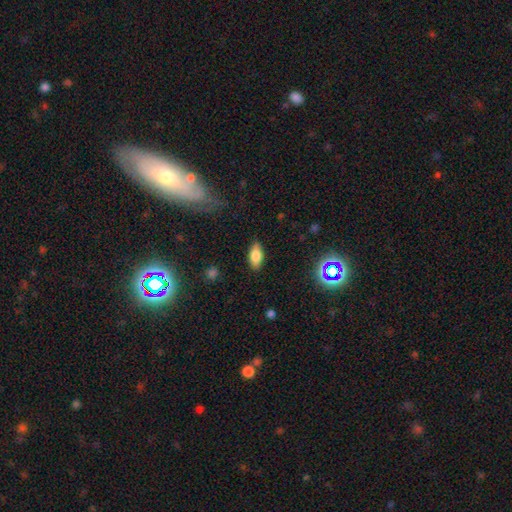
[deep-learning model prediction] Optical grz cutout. It shows a smooth galaxy with no disk features (78%) that is in between round and cigar-shaped (87%). Merging: none (86%).